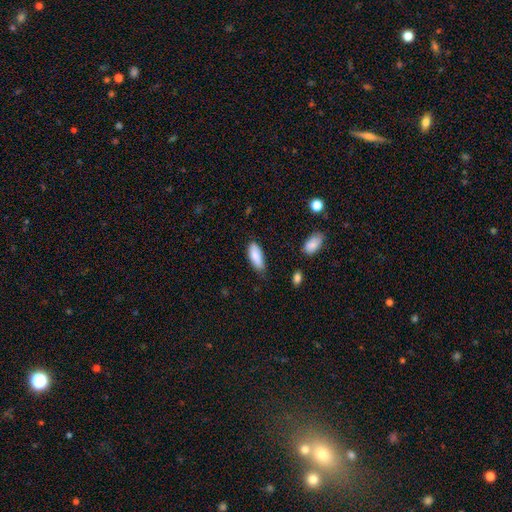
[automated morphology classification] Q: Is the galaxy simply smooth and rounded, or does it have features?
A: smooth — 86%.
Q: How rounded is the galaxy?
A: in between — 74%.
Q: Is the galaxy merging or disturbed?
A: none — 71%.